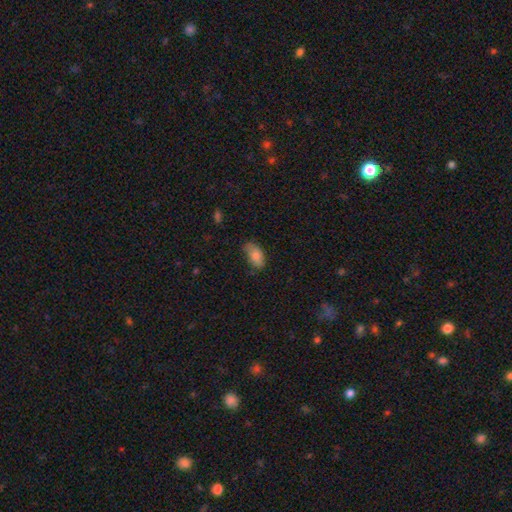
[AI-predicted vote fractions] A smooth galaxy with no disk features (83%) that is in between round and cigar-shaped (93%).

Vote fractions:
- Smooth or featured? smooth: 83% / featured or disk: 10% / star or artifact: 7%
- How rounded? in between: 93% / round: 4% / cigar-shaped: 3%
- Merging? none: 61% / minor disturbance: 31% / major disturbance: 7% / merger: 2%